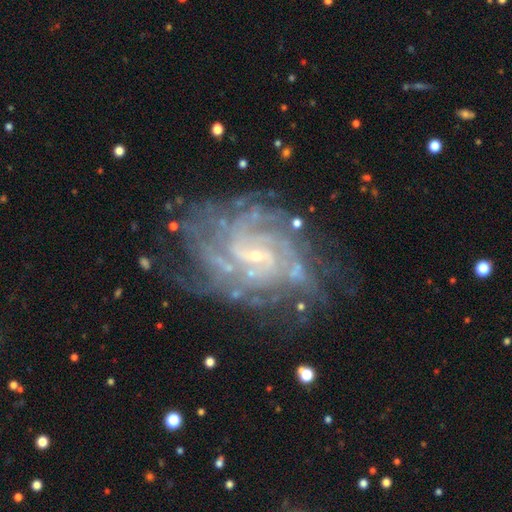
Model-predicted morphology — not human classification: A featured or disk galaxy (89%) with a weak bar (50%), tight (64%) spiral arms (97%) and a small central bulge (81%). Merging: none (68%).